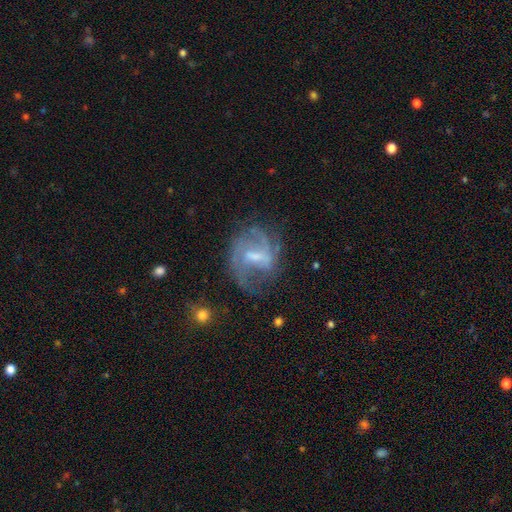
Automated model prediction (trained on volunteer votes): This appears to be a featured or disk galaxy (79%) with a weak bar (56%), 2 (46%) medium (46%) spiral arms (89%) and a moderate central bulge (41%). Merging: none (55%).